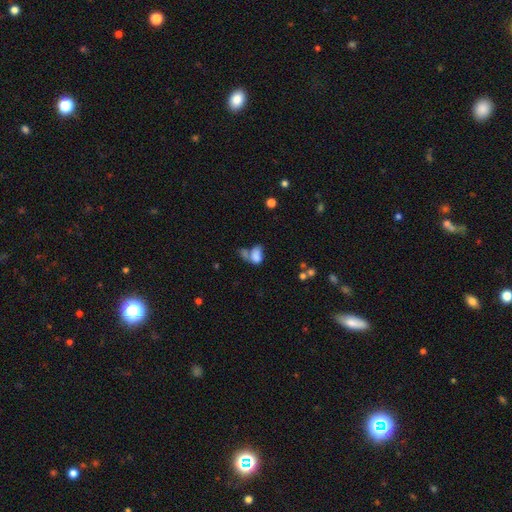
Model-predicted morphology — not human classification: The model was most divided on "merging": merger: 49%, none: 21%, major disturbance: 16%, minor disturbance: 14%. More confident: how rounded — in between (83%); smooth or featured — smooth (74%).